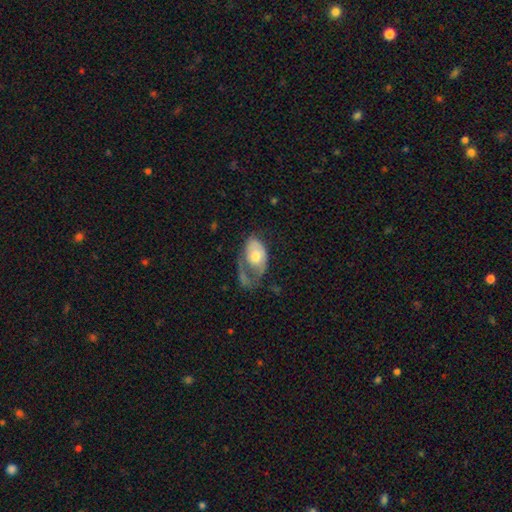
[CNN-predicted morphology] Smooth or featured? smooth (51%)
How rounded? in between (89%)
Merging? major disturbance (49%)